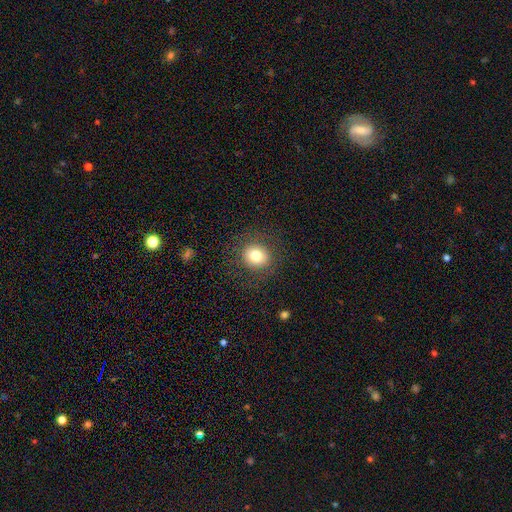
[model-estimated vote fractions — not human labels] A smooth galaxy with no disk features (78%) that is round (84%).

Vote fractions:
- Smooth or featured? smooth: 78% / featured or disk: 11% / star or artifact: 11%
- How rounded? round: 84% / in between: 15% / cigar-shaped: 1%
- Merging? none: 87% / minor disturbance: 8% / major disturbance: 4% / merger: 1%